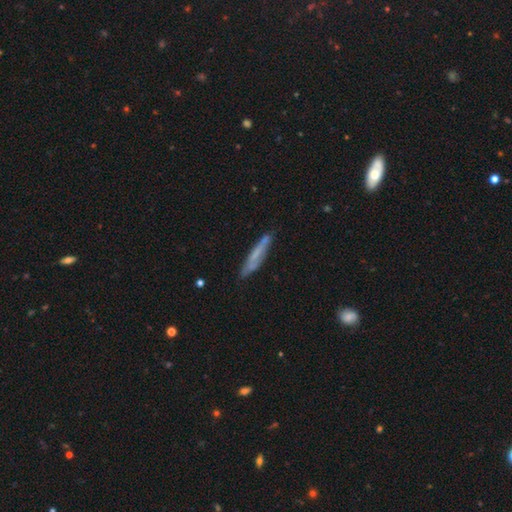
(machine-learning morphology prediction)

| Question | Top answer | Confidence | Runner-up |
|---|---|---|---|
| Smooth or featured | smooth | 52% | featured or disk (41%) |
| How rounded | cigar-shaped | 91% | in between (8%) |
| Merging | none | 74% | minor disturbance (19%) |